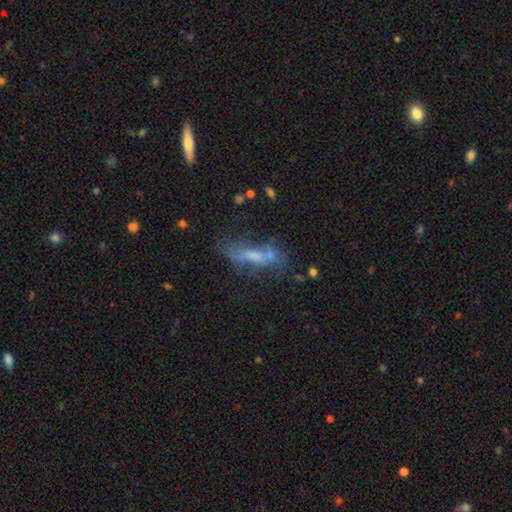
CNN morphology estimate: The model was most divided on "smooth or featured" (2-way tie): featured or disk: 43%, smooth: 43%, star or artifact: 15%. Remaining: merging — none (44%).